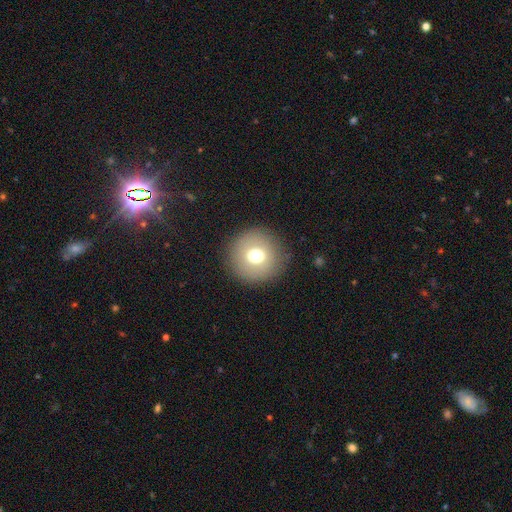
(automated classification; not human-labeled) smooth 71%, featured or disk 18%, star or artifact 11%. Down the decision tree: how rounded — round (95%); merging — none (89%).